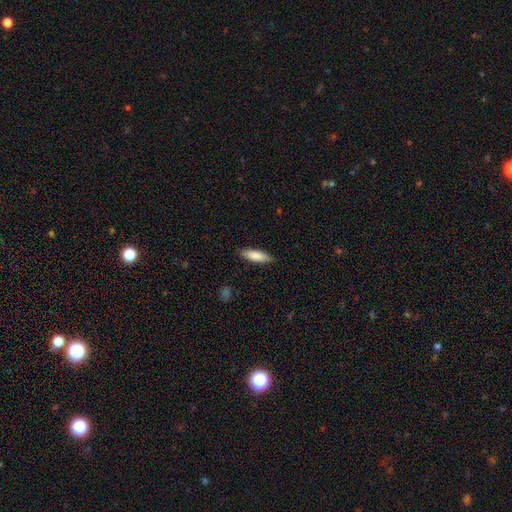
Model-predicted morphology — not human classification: This appears to be a smooth galaxy with no disk features (83%) that is cigar-shaped (49%, tied with in between). Merging: none (86%).